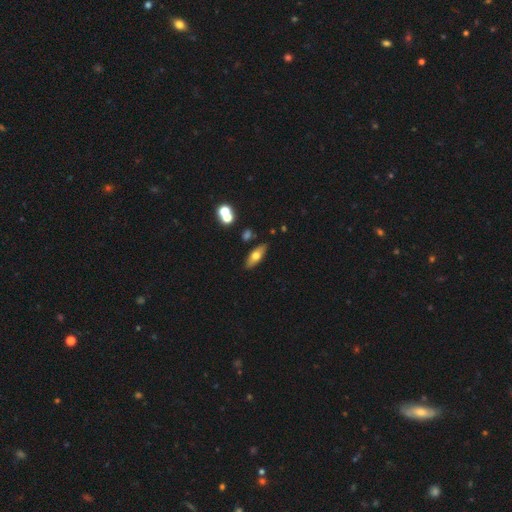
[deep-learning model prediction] This is possibly a smooth galaxy (59%). How rounded: likely in between (66%). Merging: clearly none (84%).